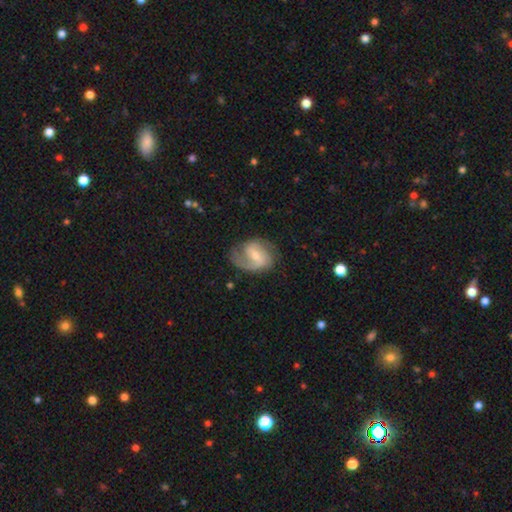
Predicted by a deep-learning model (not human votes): Smooth or featured? featured or disk (78%)
Edge-on disk? no (97%)
Bar? weak (52%)
Spiral arms? yes (93%)
Spiral winding? medium (47%)
Spiral arm count? 2 (63%)
Bulge size? small (49%)
Merging? none (60%)